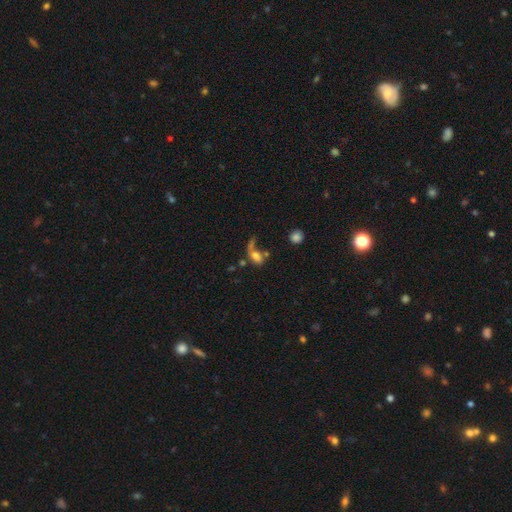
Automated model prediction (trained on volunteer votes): smooth 63%, featured or disk 23%, star or artifact 14%. Down the decision tree: how rounded — in between (77%); merging — major disturbance (31%).